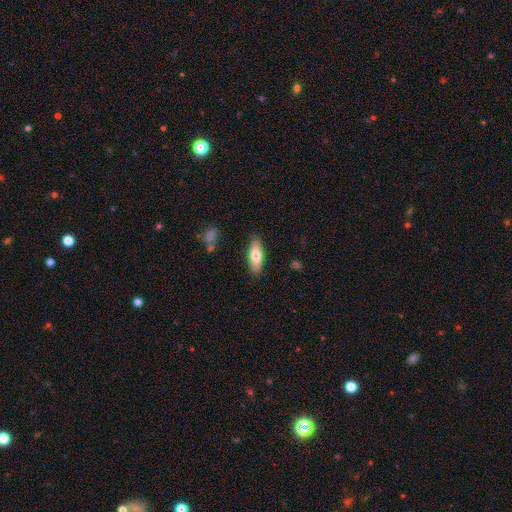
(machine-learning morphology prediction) type=smooth (75%); roundness=in between (69%); merging=none (87%).